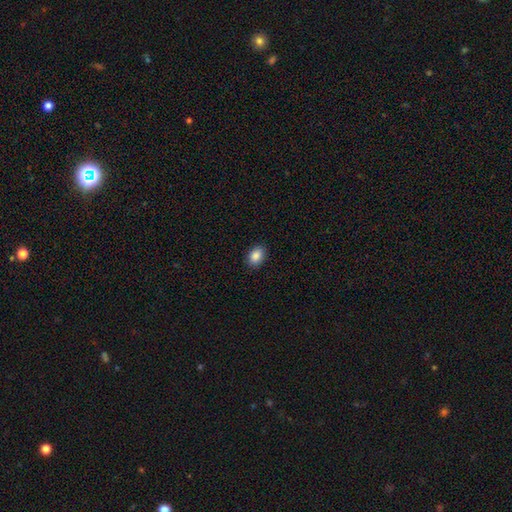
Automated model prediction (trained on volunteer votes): smooth 88%, star or artifact 8%, featured or disk 4%. Down the decision tree: how rounded — in between (78%); merging — none (89%).